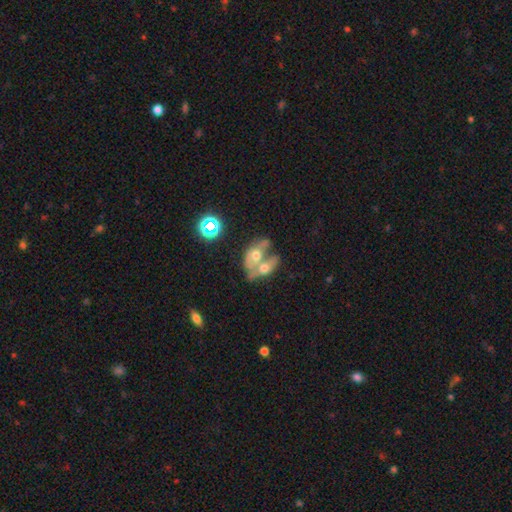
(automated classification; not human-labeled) Overall: featured or disk (46%; smooth 39%). Merging: merger (69%).